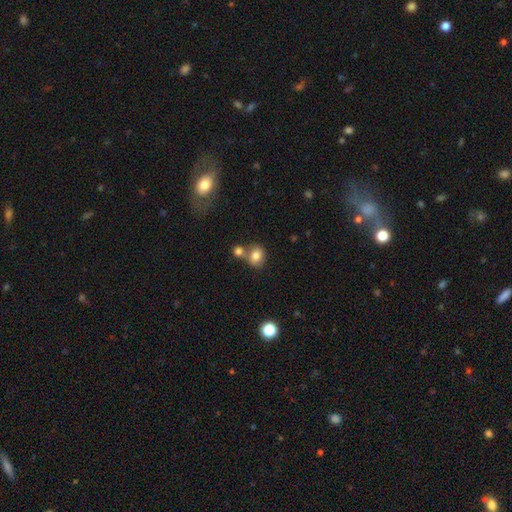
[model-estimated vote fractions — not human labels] smooth-or-featured: smooth: 81% | star or artifact: 11% | featured or disk: 9%
  how-rounded: round: 63% | in between: 36% | cigar-shaped: 1%
  merging: none: 53% | merger: 33% | minor disturbance: 11% | major disturbance: 4%